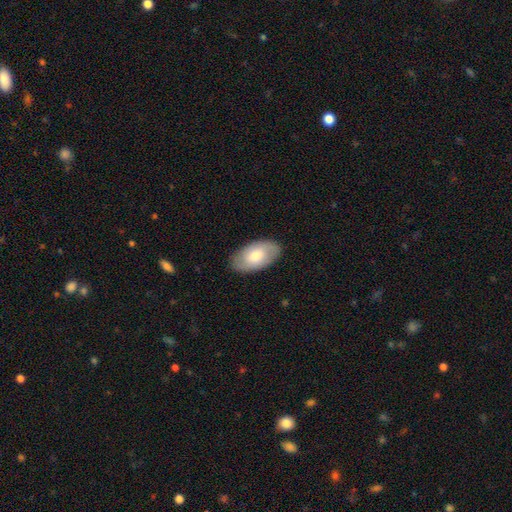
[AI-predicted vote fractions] Smooth or featured? Predicted: smooth (p=0.67). How rounded? Predicted: in between (p=0.95). Merging? Predicted: none (p=0.86).